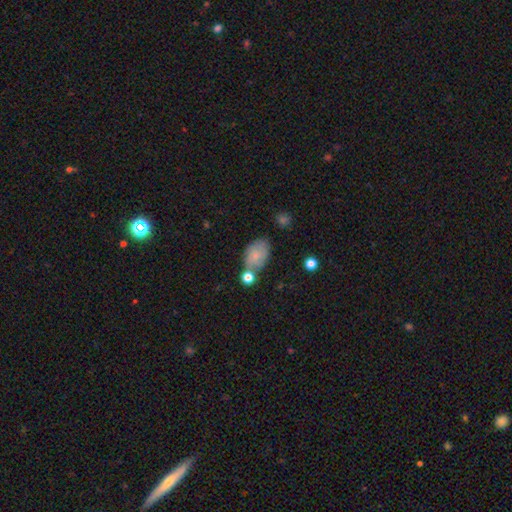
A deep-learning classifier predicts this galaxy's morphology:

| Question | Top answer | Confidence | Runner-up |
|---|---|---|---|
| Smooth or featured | smooth | 74% | featured or disk (17%) |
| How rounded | in between | 87% | round (12%) |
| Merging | none | 56% | minor disturbance (22%) |